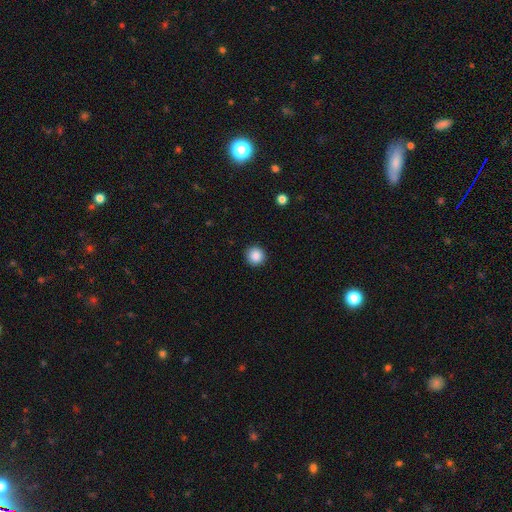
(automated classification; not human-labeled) smooth 88%, star or artifact 9%, featured or disk 3%. Down the decision tree: how rounded — round (95%); merging — none (92%).